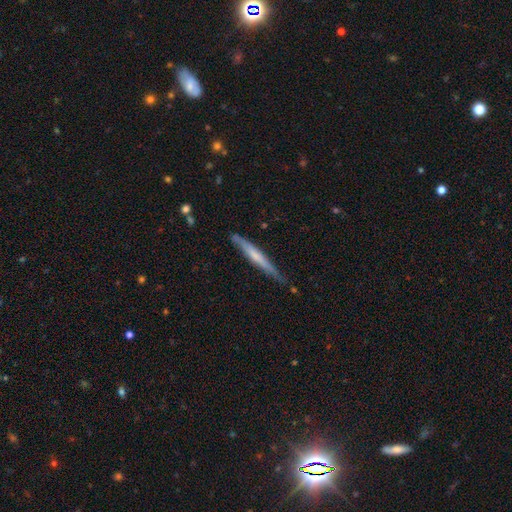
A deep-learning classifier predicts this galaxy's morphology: This appears to be a featured or disk galaxy (49%). Merging: none (75%).